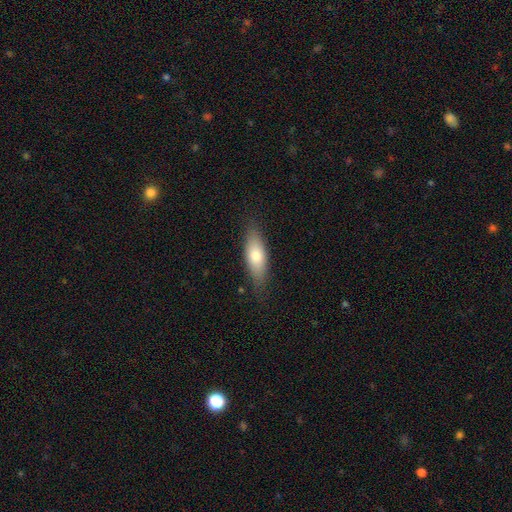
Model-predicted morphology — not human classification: smooth-or-featured: smooth: 71% | featured or disk: 23% | star or artifact: 7%
  how-rounded: in between: 60% | cigar-shaped: 37% | round: 3%
  merging: none: 82% | minor disturbance: 14% | major disturbance: 3% | merger: 1%